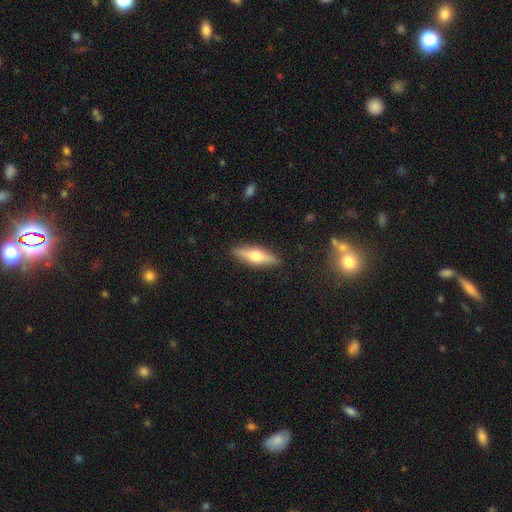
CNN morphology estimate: smooth_or_featured: featured or disk (p=0.55) [alt: smooth p=0.39]
disk_edge_on: yes (p=0.94) [alt: no p=0.06]
edge_on_bulge: rounded (p=0.93) [alt: boxy p=0.04]
merging: none (p=0.89) [alt: minor disturbance p=0.08]